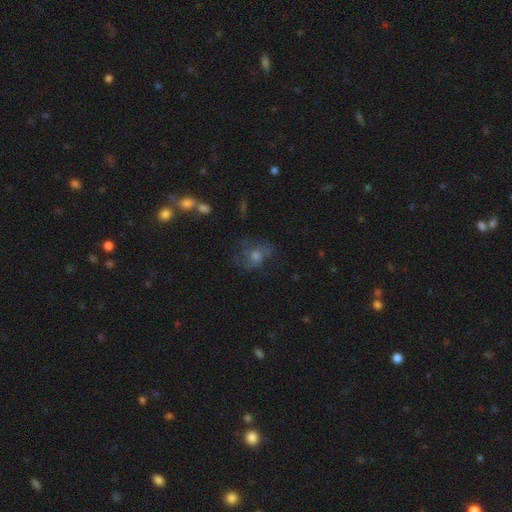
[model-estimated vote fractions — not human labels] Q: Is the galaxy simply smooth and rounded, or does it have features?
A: featured or disk — 43%.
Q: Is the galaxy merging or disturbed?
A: none — 57%.